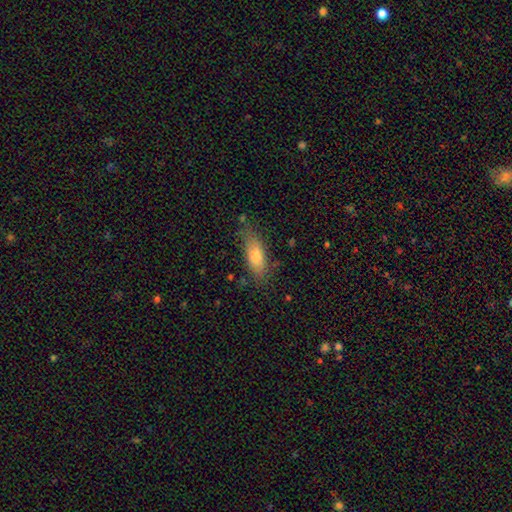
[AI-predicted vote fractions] smooth-or-featured: smooth: 77% | featured or disk: 16% | star or artifact: 8%
  how-rounded: in between: 70% | cigar-shaped: 27% | round: 2%
  merging: none: 69% | minor disturbance: 22% | major disturbance: 6% | merger: 3%